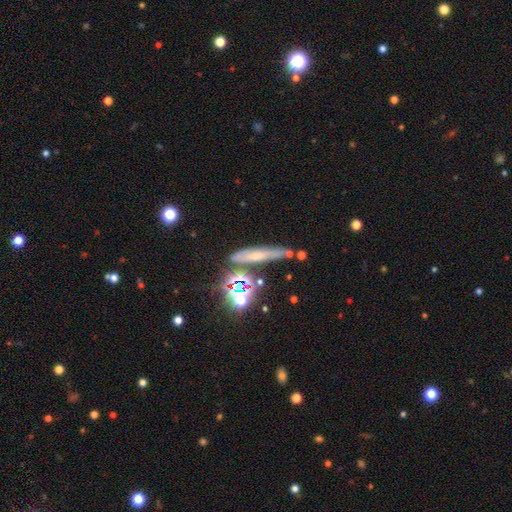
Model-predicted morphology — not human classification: Smooth or featured: smooth — 40% (featured or disk — 32%)
Merging: none — 71% (minor disturbance — 14%)